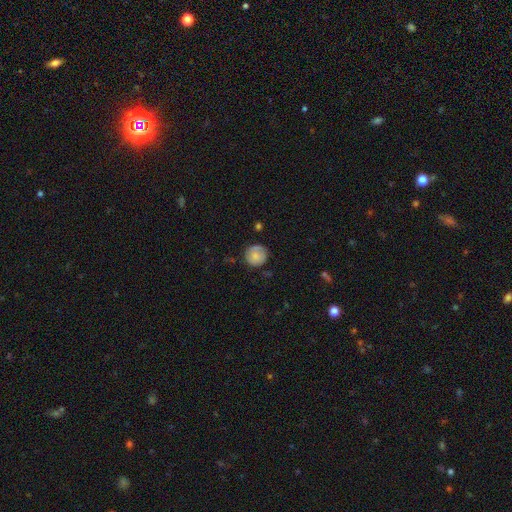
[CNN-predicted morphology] Smooth or featured? Predicted: smooth (p=0.73). How rounded? Predicted: round (p=0.91). Merging? Predicted: none (p=0.76).